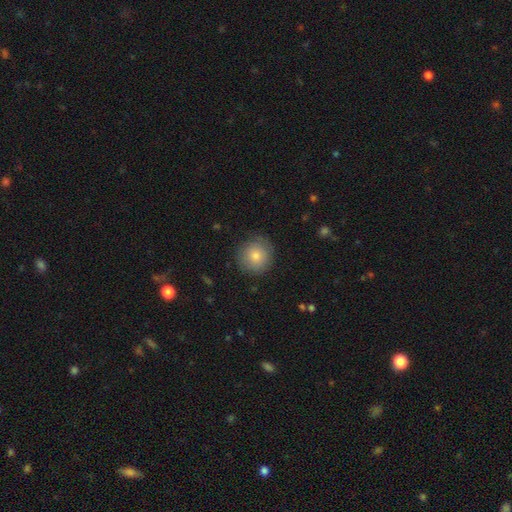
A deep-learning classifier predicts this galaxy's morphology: Overall: smooth (79%). How rounded: round (91%). Merging: none (86%).